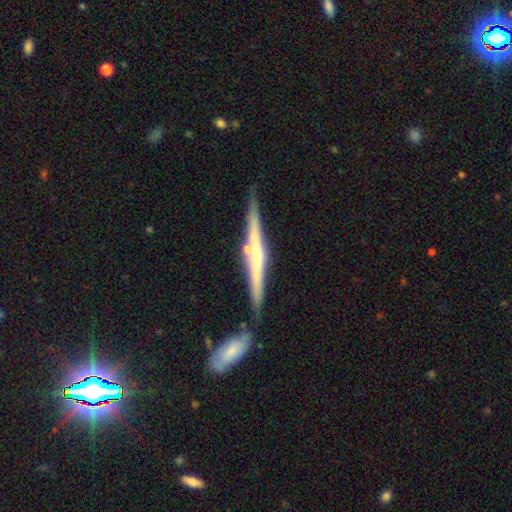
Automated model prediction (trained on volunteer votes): Smooth or featured?
  - featured or disk: 69% *
  - smooth: 26%
  - star or artifact: 6%
Edge-on disk?
  - yes: 97% *
  - no: 3%
Edge-on bulge?
  - rounded: 59% *
  - none: 30%
  - boxy: 11%
Merging?
  - none: 75% *
  - merger: 12%
  - minor disturbance: 11%
  - major disturbance: 2%